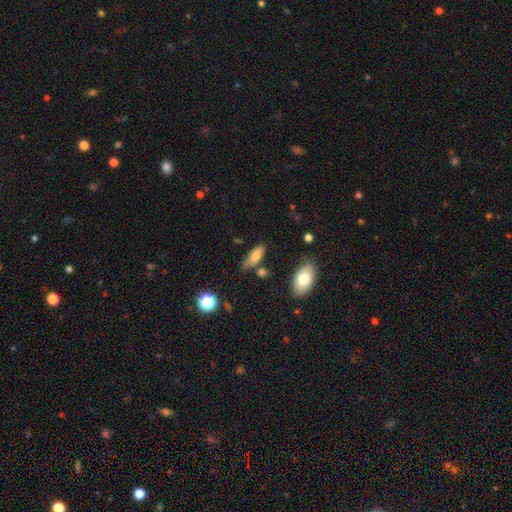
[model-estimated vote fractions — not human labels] The model was most divided on "merging": none: 60%, minor disturbance: 26%, merger: 8%, major disturbance: 7%. More confident: smooth or featured — smooth (78%); how rounded — in between (72%).